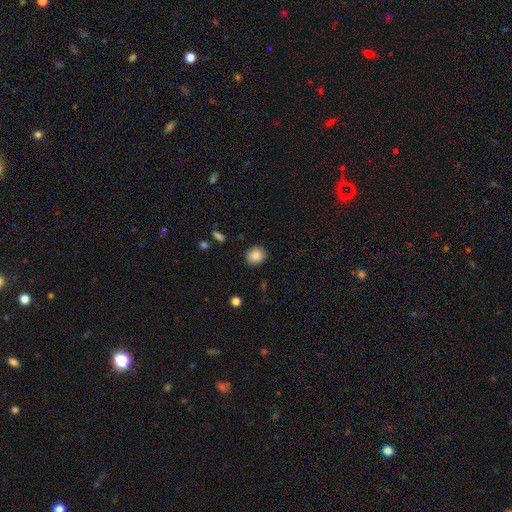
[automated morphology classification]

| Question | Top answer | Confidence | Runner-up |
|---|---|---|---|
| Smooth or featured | smooth | 87% | star or artifact (8%) |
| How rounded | round | 78% | in between (21%) |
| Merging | none | 87% | minor disturbance (9%) |